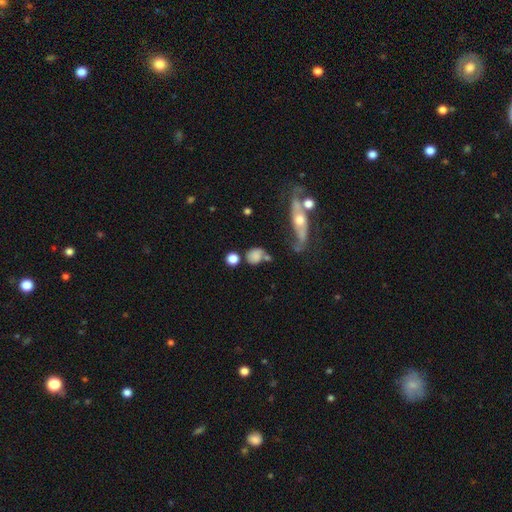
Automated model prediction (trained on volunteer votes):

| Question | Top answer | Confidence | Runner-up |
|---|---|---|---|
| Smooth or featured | smooth | 72% | featured or disk (17%) |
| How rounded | round | 60% | in between (36%) |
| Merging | none | 51% | merger (19%) |